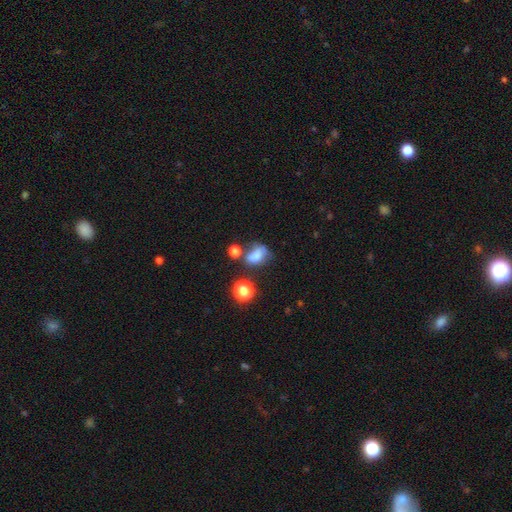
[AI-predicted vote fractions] Smooth or featured?
  - smooth: 62% *
  - featured or disk: 21%
  - star or artifact: 17%
How rounded?
  - in between: 67% *
  - round: 31%
  - cigar-shaped: 2%
Merging?
  - none: 29% *
  - merger: 26%
  - major disturbance: 23%
  - minor disturbance: 22%